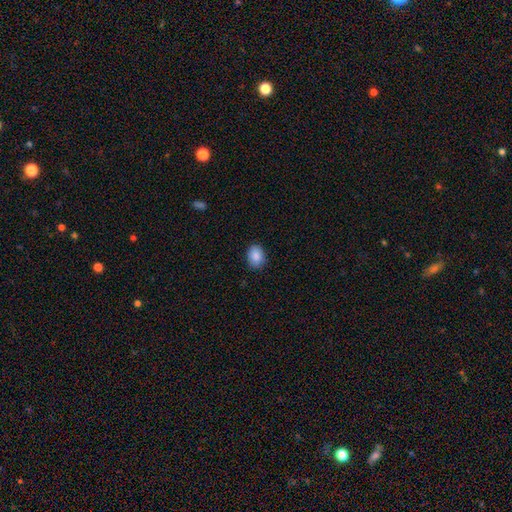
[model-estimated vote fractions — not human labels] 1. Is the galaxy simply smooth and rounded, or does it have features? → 88% smooth, 8% star or artifact, 4% featured or disk.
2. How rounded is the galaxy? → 67% in between, 32% round, 1% cigar-shaped.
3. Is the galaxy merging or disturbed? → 87% none, 10% minor disturbance, 2% major disturbance, 1% merger.